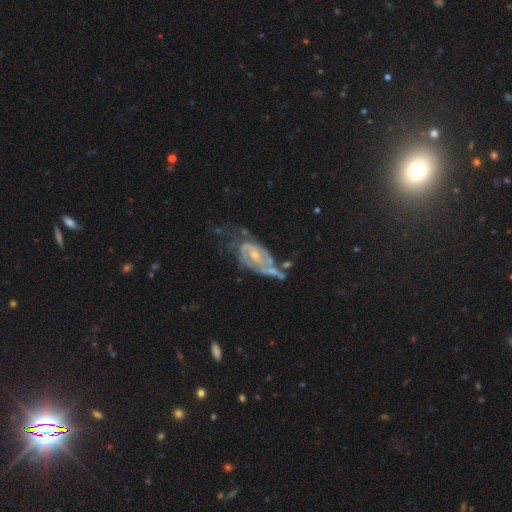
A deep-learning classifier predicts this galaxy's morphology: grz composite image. It shows a featured or disk galaxy (81%) with a weak bar (44%), 2 (57%) tight (46%) spiral arms (87%) and a small central bulge (58%). Merging: none (31%).